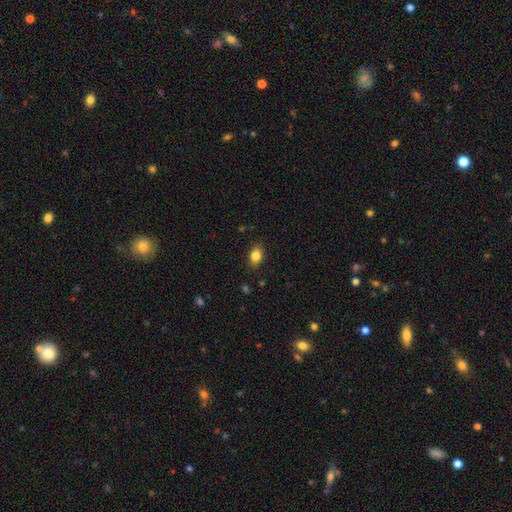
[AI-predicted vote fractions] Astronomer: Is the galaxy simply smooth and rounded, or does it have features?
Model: smooth — 83%.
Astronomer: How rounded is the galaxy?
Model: in between — 81%.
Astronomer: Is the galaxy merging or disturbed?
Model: none — 86%.